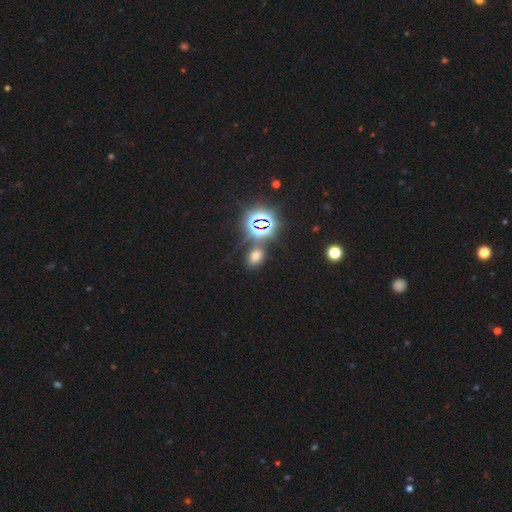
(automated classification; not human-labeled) A smooth galaxy with no disk features (54%) that is in between round and cigar-shaped (74%). Merging: none (71%).